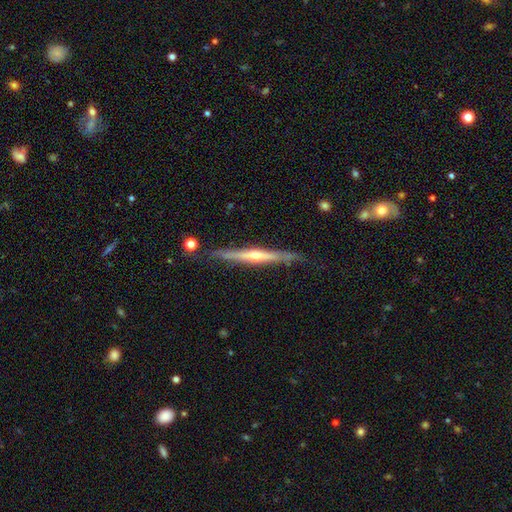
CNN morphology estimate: Smooth or featured: featured or disk — 76% (smooth — 19%)
Edge-on disk: yes — 97% (no — 3%)
Edge-on bulge: rounded — 78% (none — 17%)
Merging: none — 81% (minor disturbance — 14%)